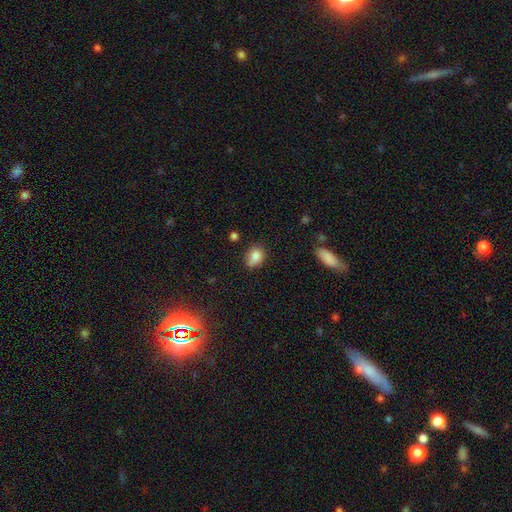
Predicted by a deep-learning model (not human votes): Overall: smooth (81%). How rounded: in between (60%; round 38%). Merging: none (59%; minor disturbance 29%).